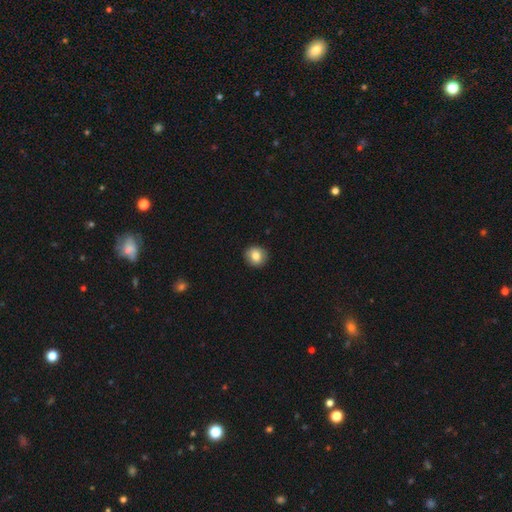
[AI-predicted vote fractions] The model was most divided on "smooth or featured": smooth: 82%, featured or disk: 9%, star or artifact: 9%. More confident: merging — none (91%); how rounded — round (86%).